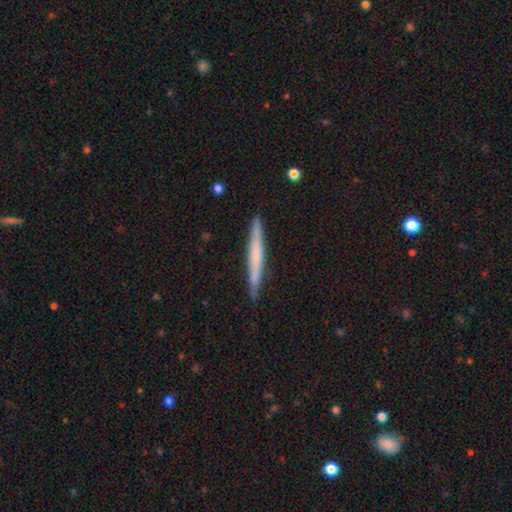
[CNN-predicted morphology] Overall: smooth (48%; featured or disk 46%). Merging: none (89%).